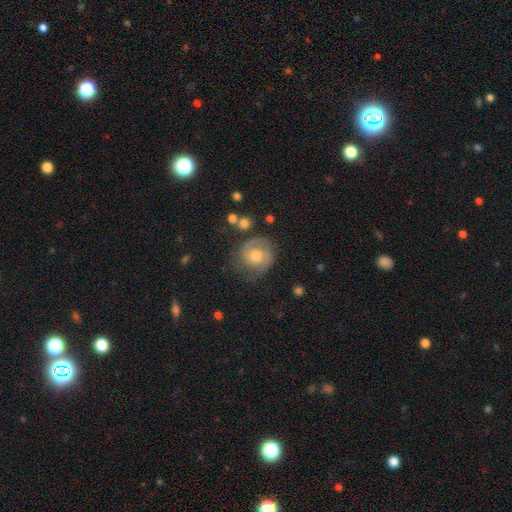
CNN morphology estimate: Q: Smooth or featured?
A: featured or disk (68%); runner-up: smooth (24%)
Q: Edge-on disk?
A: no (98%); runner-up: yes (2%)
Q: Bar?
A: no (70%); runner-up: weak (26%)
Q: Spiral arms?
A: yes (89%); runner-up: no (11%)
Q: Spiral winding?
A: tight (52%); runner-up: medium (37%)
Q: Spiral arm count?
A: 2 (67%); runner-up: can't tell (14%)
Q: Bulge size?
A: moderate (68%); runner-up: small (18%)
Q: Merging?
A: none (69%); runner-up: minor disturbance (19%)